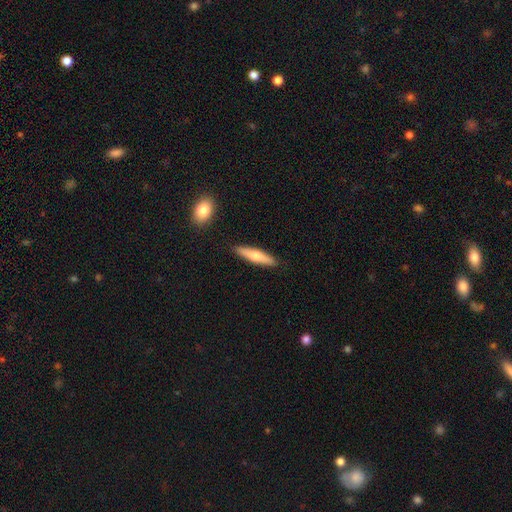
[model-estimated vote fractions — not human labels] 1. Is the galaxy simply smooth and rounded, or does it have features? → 64% smooth, 31% featured or disk, 6% star or artifact.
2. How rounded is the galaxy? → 82% cigar-shaped, 16% in between, 2% round.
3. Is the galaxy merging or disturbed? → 88% none, 9% minor disturbance, 2% merger, 2% major disturbance.